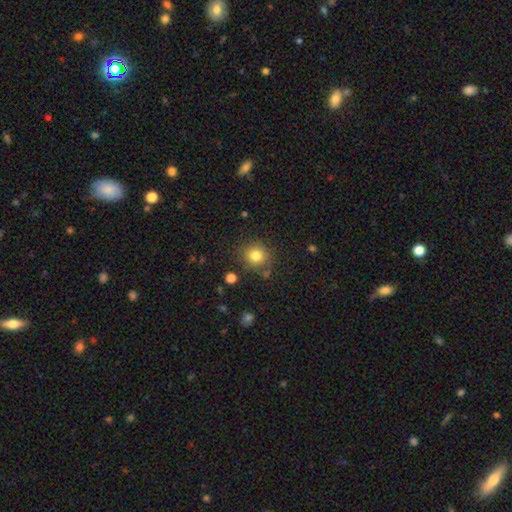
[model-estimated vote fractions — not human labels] This appears to be a smooth galaxy with no disk features (81%) that is round (88%). Merging: none (80%).